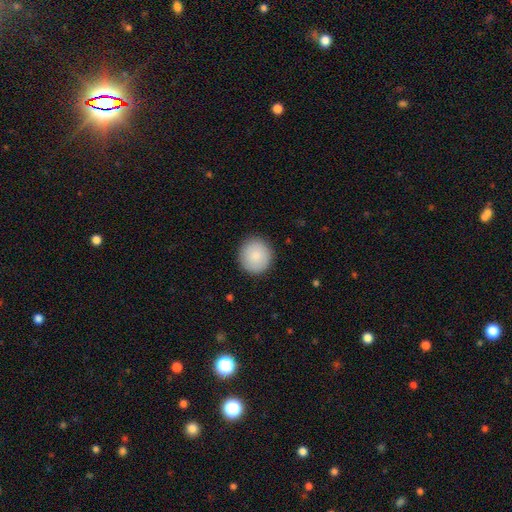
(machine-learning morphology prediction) Smooth or featured? Predicted: smooth (p=0.88). How rounded? Predicted: round (p=0.92). Merging? Predicted: none (p=0.90).